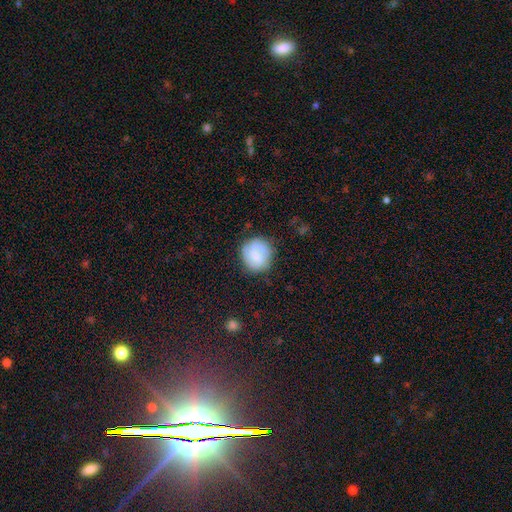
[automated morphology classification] smooth_or_featured: smooth (p=0.57) [alt: featured or disk p=0.36]
how_rounded: round (p=0.86) [alt: in between p=0.13]
merging: none (p=0.74) [alt: minor disturbance p=0.18]